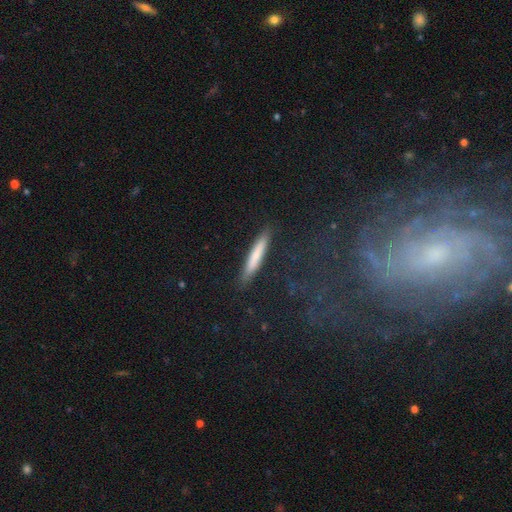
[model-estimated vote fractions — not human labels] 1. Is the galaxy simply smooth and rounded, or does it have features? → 74% smooth, 20% featured or disk, 6% star or artifact.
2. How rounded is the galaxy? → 93% cigar-shaped, 6% in between, 1% round.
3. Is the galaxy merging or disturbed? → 89% none, 8% minor disturbance, 2% major disturbance, 1% merger.